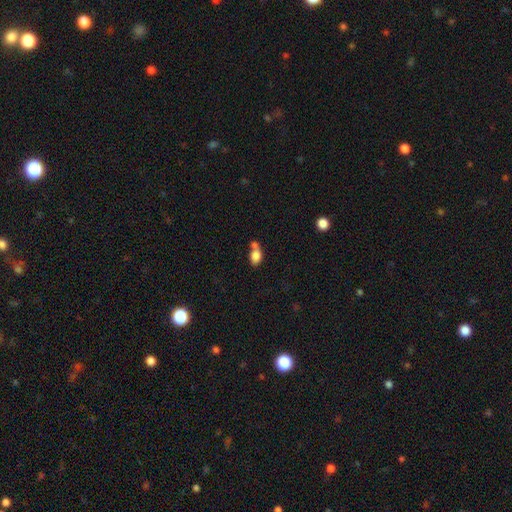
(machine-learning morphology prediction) type=smooth (81%); roundness=in between (76%); merging=merger (47%).